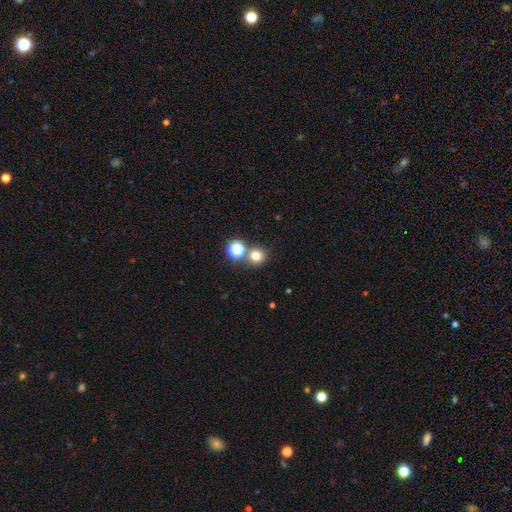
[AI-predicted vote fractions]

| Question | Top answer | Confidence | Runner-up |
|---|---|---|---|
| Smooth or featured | smooth | 75% | star or artifact (18%) |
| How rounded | round | 90% | in between (9%) |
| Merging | none | 72% | merger (18%) |